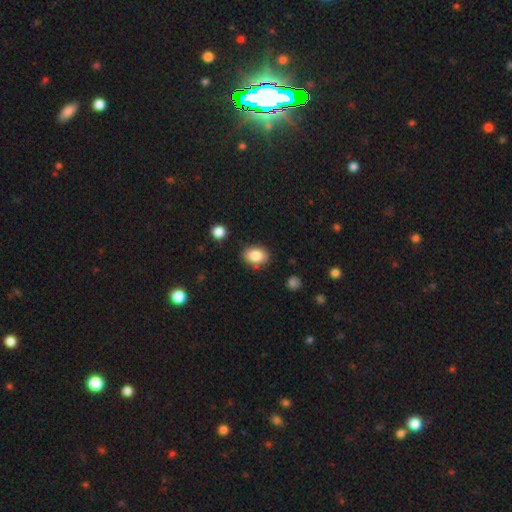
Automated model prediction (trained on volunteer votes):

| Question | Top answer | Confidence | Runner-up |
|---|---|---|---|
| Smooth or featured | smooth | 85% | star or artifact (8%) |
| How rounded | in between | 77% | round (22%) |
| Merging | none | 83% | minor disturbance (11%) |